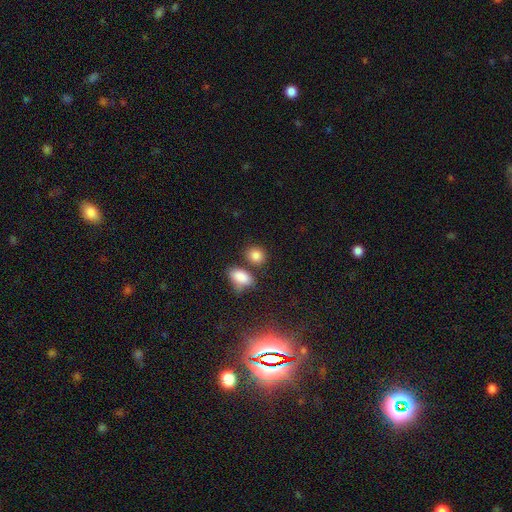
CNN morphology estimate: smooth-or-featured: smooth: 85% | star or artifact: 10% | featured or disk: 5%
  how-rounded: round: 51% | in between: 47% | cigar-shaped: 2%
  merging: none: 67% | merger: 17% | minor disturbance: 12% | major disturbance: 4%